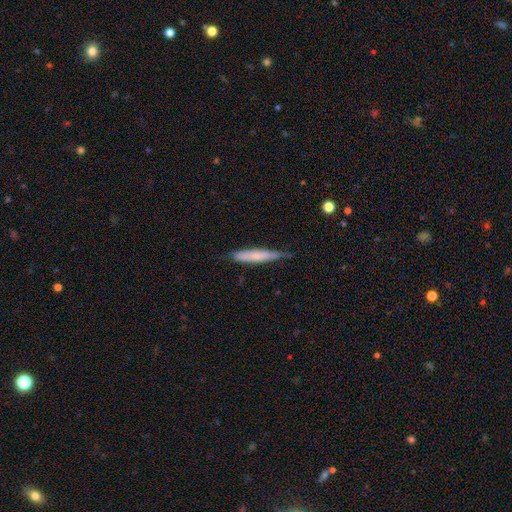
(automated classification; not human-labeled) This is likely a smooth galaxy (63%). How rounded: clearly cigar-shaped (91%). Merging: likely none (68%).